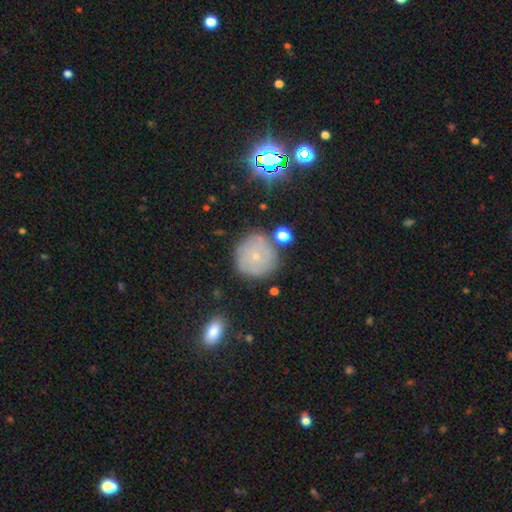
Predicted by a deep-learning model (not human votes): A smooth galaxy with no disk features (49%). Merging: none (76%).